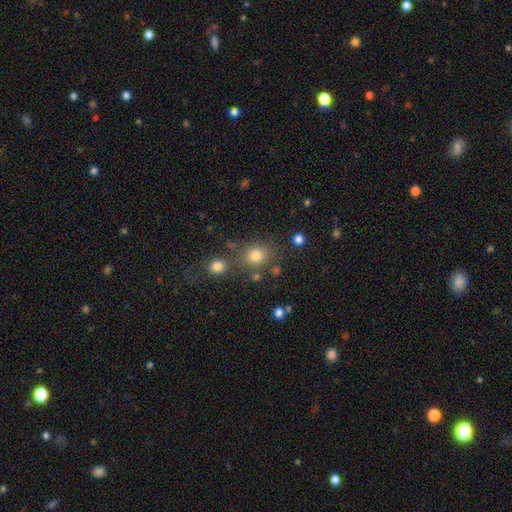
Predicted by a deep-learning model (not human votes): Smooth or featured? smooth (78%)
How rounded? round (73%)
Merging? none (70%)